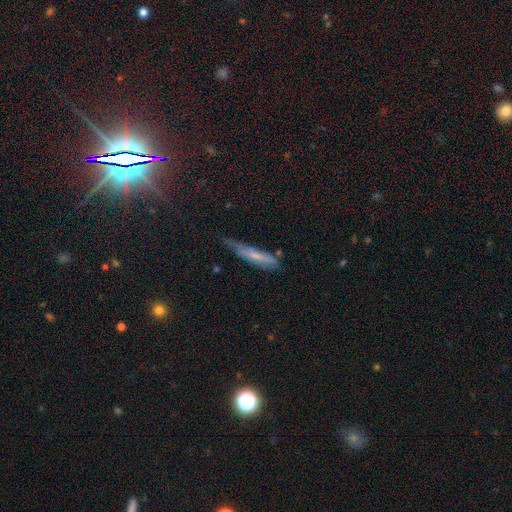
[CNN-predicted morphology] Smooth or featured? smooth (54%)
How rounded? cigar-shaped (85%)
Merging? none (41%)